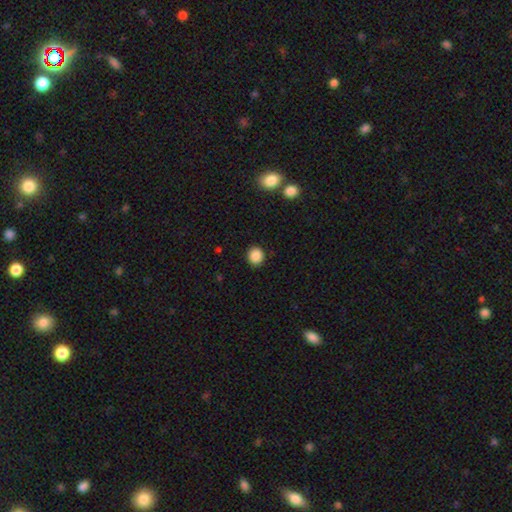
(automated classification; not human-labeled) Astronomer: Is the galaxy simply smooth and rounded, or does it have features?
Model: smooth — 88%.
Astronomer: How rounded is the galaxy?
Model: round — 85%.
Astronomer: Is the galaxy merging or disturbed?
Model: none — 91%.